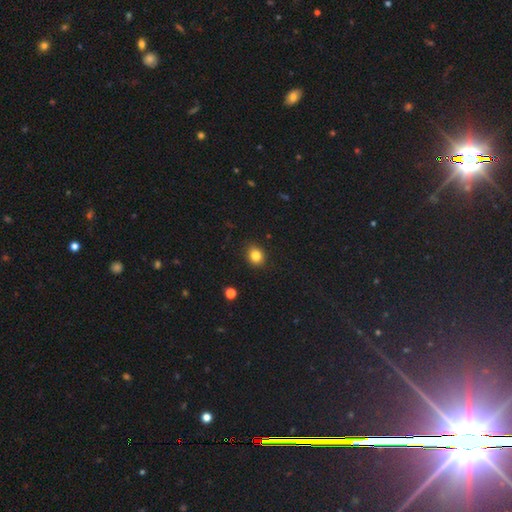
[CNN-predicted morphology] The model was most divided on "how rounded": round: 68%, in between: 31%, cigar-shaped: 1%. More confident: merging — none (89%); smooth or featured — smooth (83%).